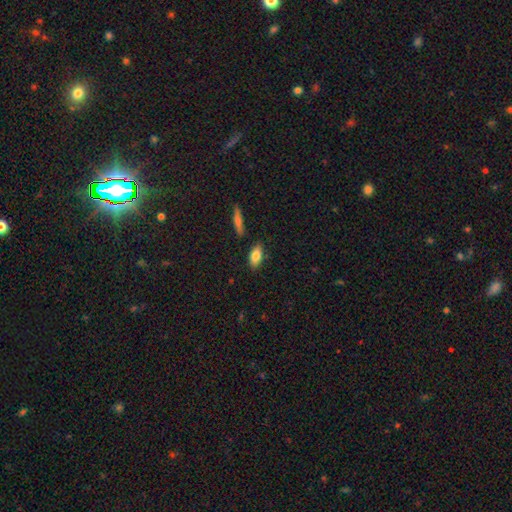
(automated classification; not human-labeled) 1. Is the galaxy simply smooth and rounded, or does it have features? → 82% smooth, 11% featured or disk, 7% star or artifact.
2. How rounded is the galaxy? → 85% in between, 12% cigar-shaped, 3% round.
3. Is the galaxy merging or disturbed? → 83% none, 11% minor disturbance, 3% merger, 2% major disturbance.